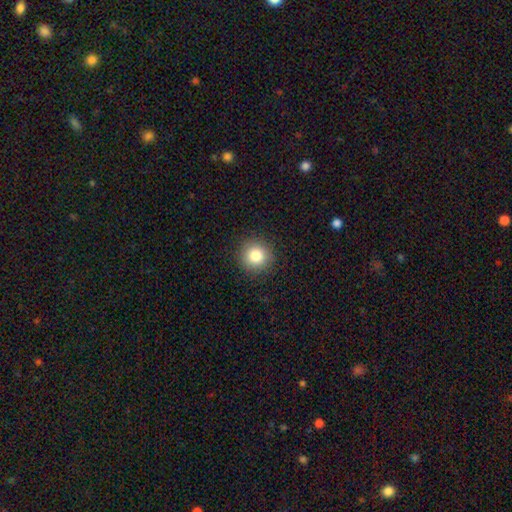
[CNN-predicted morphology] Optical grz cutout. It shows a smooth galaxy with no disk features (83%) that is round (93%). Merging: none (91%).